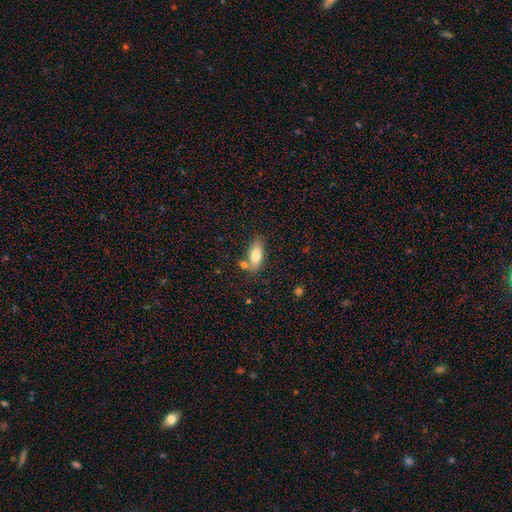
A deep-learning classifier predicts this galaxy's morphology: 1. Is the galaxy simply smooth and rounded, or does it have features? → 76% smooth, 17% featured or disk, 7% star or artifact.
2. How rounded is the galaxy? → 78% in between, 20% cigar-shaped, 3% round.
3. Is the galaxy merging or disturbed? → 69% none, 15% minor disturbance, 13% merger, 4% major disturbance.